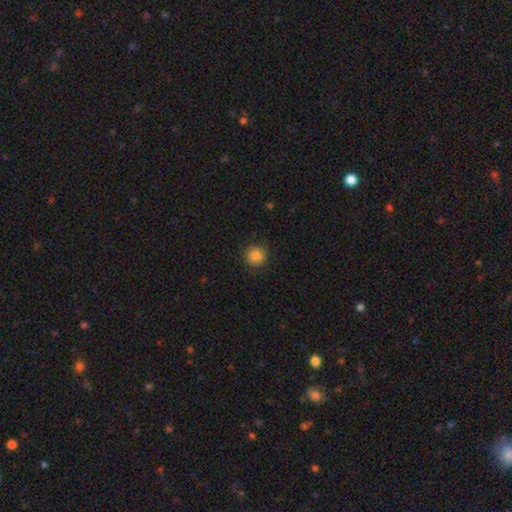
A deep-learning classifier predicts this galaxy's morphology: Smooth or featured? smooth (85%)
How rounded? round (94%)
Merging? none (89%)